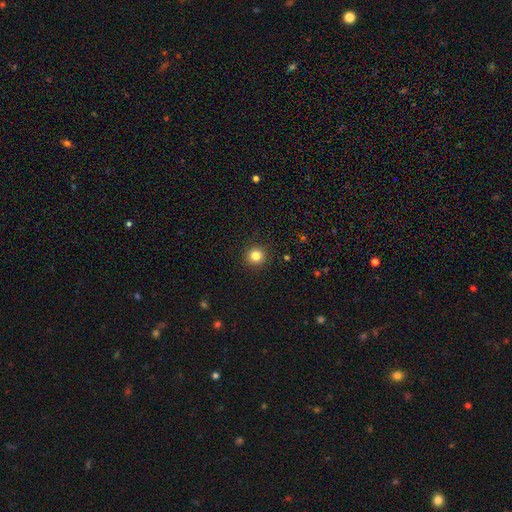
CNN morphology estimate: A smooth galaxy with no disk features (82%) that is round (94%). Merging: none (93%).